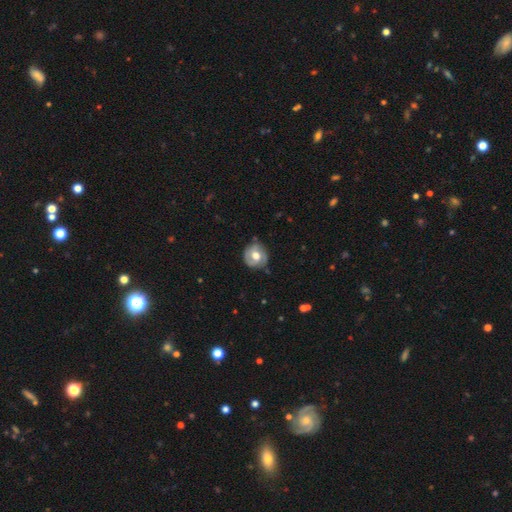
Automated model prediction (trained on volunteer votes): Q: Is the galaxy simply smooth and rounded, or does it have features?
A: smooth — 48%.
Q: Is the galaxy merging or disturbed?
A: none — 73%.